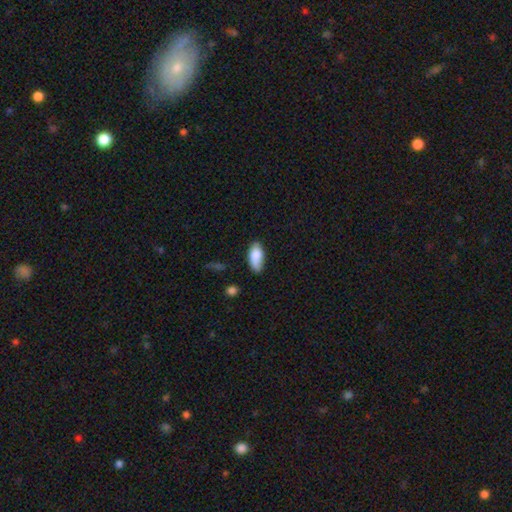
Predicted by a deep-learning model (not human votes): Morphology: type=smooth (83%); roundness=in between (90%); merging=none (67%).